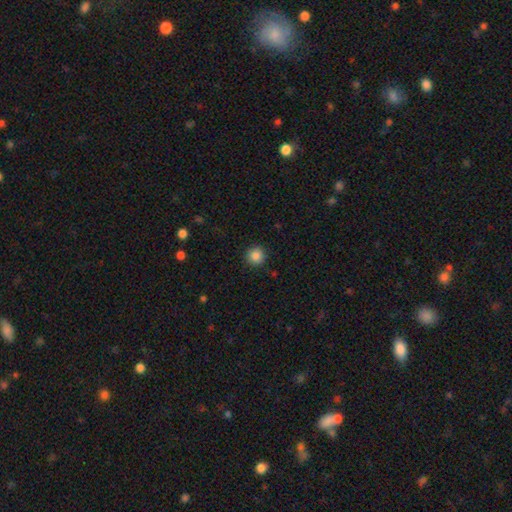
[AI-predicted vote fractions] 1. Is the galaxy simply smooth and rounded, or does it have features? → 86% smooth, 10% star or artifact, 4% featured or disk.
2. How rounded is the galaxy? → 95% round, 4% in between, 1% cigar-shaped.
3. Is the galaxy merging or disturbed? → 91% none, 6% minor disturbance, 2% major disturbance, 1% merger.